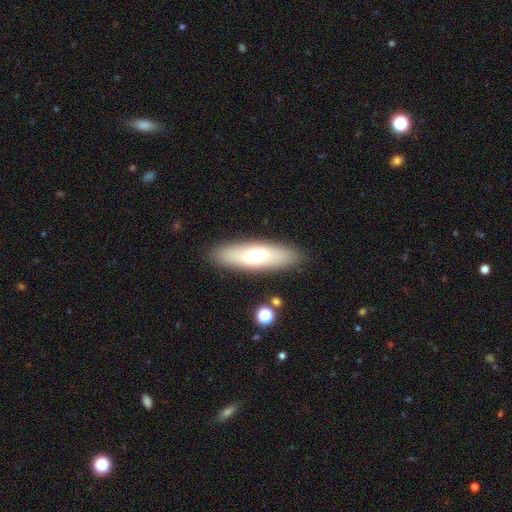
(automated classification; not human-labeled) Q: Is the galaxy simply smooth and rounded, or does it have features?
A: smooth — 60%.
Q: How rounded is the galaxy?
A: in between — 49%.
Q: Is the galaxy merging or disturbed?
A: none — 88%.